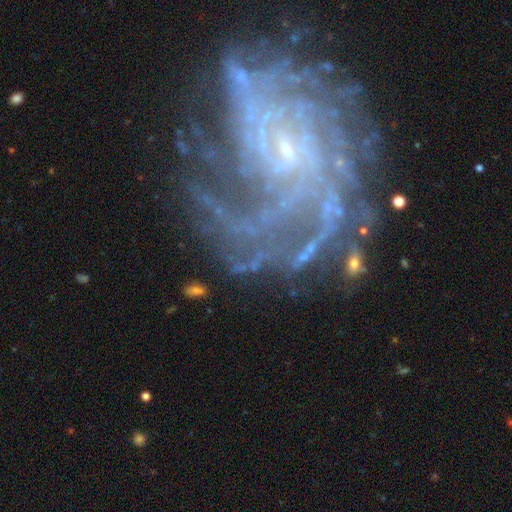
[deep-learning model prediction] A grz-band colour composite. It shows a featured or disk galaxy (89%) with no bar (52%), more than 4 (27%) tight (58%) spiral arms (97%) and a small central bulge (81%). Merging: none (66%).